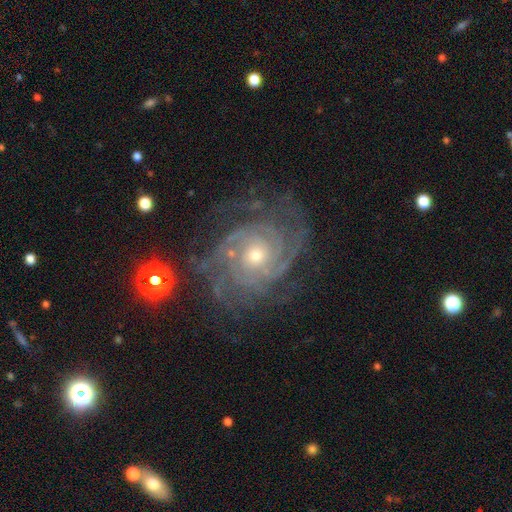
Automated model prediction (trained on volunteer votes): The model was most divided on "spiral arm count": can't tell: 24%, 3: 21%, 4: 19%, 2: 18%, more than 4: 10%, 1: 7%. More confident: spiral arms — yes (98%); edge-on disk — no (97%); smooth or featured — featured or disk (89%); bar — no (77%); spiral winding — tight (73%); merging — none (71%); bulge size — small (59%).